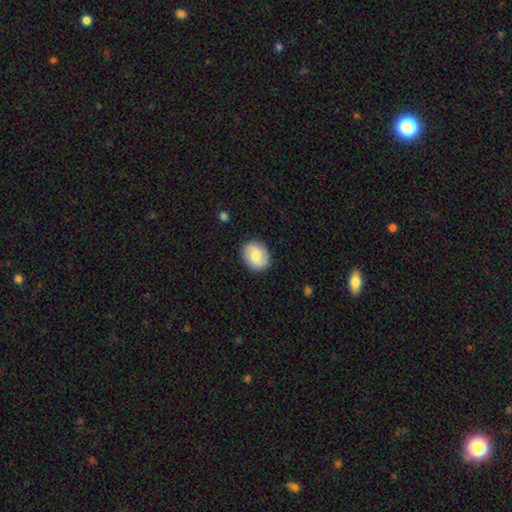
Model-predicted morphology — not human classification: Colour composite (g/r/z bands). It shows a smooth galaxy with no disk features (52%) that is round (51%). Merging: none (87%).